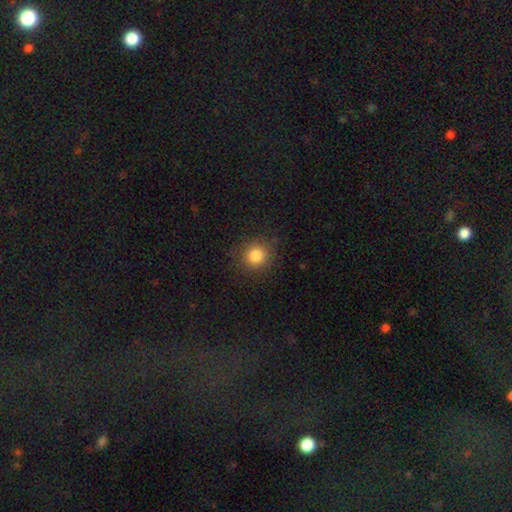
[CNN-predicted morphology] This appears to be a smooth galaxy with no disk features (83%) that is round (90%). Merging: none (88%).